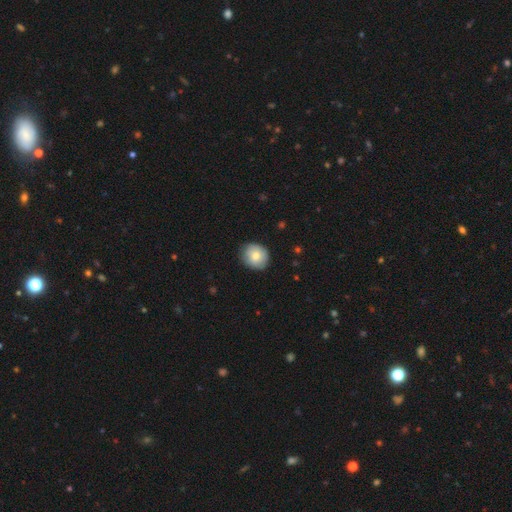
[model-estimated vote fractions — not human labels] smooth 78%, featured or disk 15%, star or artifact 7%. Down the decision tree: how rounded — round (78%); merging — none (82%).